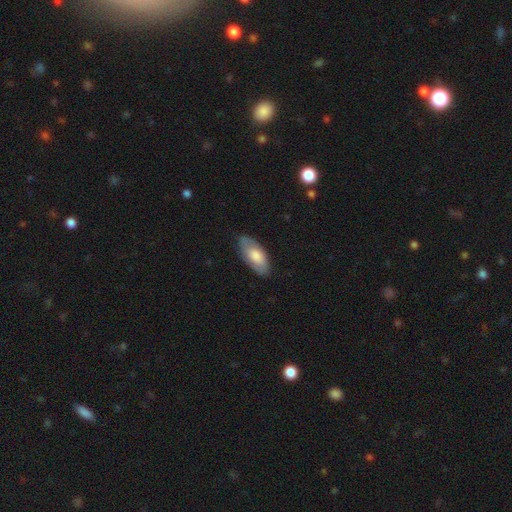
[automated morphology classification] Smooth or featured? smooth (69%)
How rounded? in between (91%)
Merging? none (77%)